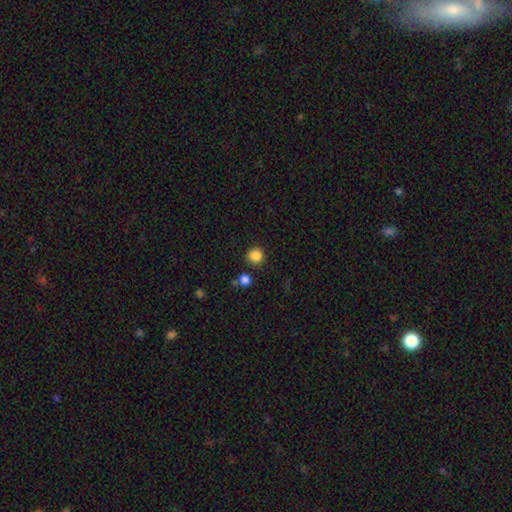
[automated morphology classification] smooth-or-featured: smooth: 85% | star or artifact: 11% | featured or disk: 3%
  how-rounded: round: 90% | in between: 9% | cigar-shaped: 1%
  merging: none: 85% | minor disturbance: 8% | merger: 5% | major disturbance: 3%